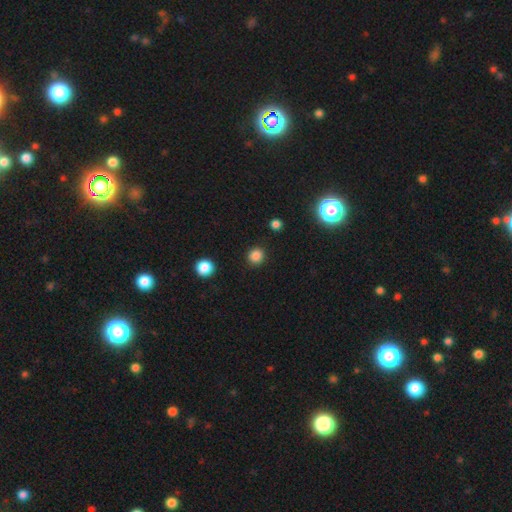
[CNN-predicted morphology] Smooth or featured: smooth — 84% (star or artifact — 13%)
How rounded: round — 90% (in between — 9%)
Merging: none — 90% (minor disturbance — 6%)